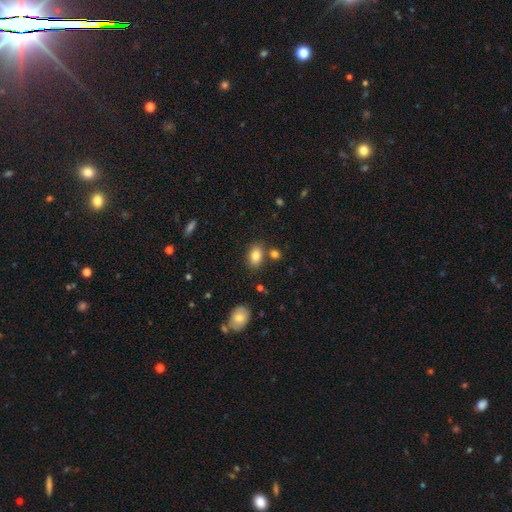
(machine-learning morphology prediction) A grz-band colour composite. It shows a smooth galaxy with no disk features (83%) that is in between round and cigar-shaped (82%). Merging: none (75%).